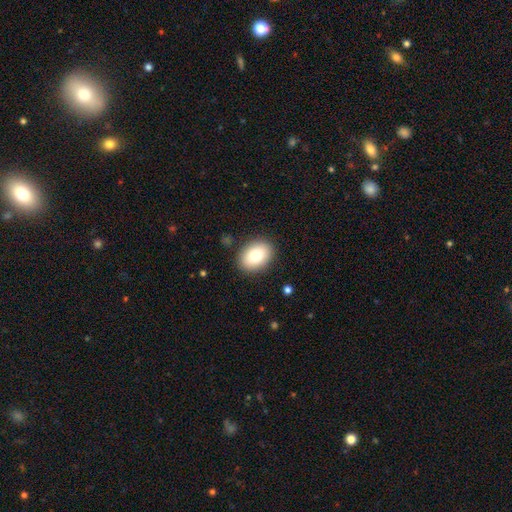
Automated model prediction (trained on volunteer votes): A smooth galaxy with no disk features (80%) that is in between round and cigar-shaped (73%).

Vote fractions:
- Smooth or featured? smooth: 80% / featured or disk: 12% / star or artifact: 8%
- How rounded? in between: 73% / round: 26% / cigar-shaped: 1%
- Merging? none: 88% / minor disturbance: 8% / major disturbance: 2% / merger: 1%